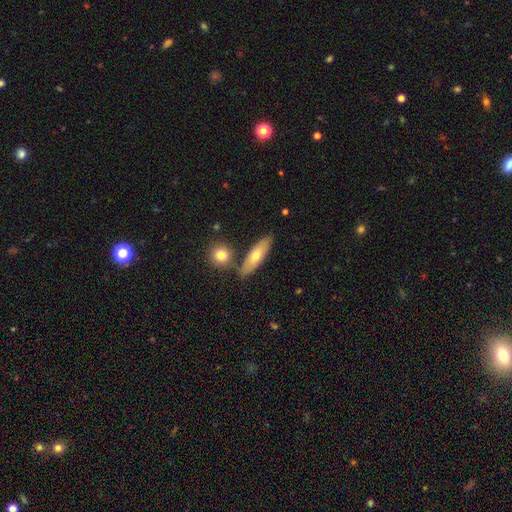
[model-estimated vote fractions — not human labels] Q: Smooth or featured?
A: smooth (61%); runner-up: featured or disk (33%)
Q: How rounded?
A: cigar-shaped (56%); runner-up: in between (40%)
Q: Merging?
A: none (77%); runner-up: minor disturbance (11%)